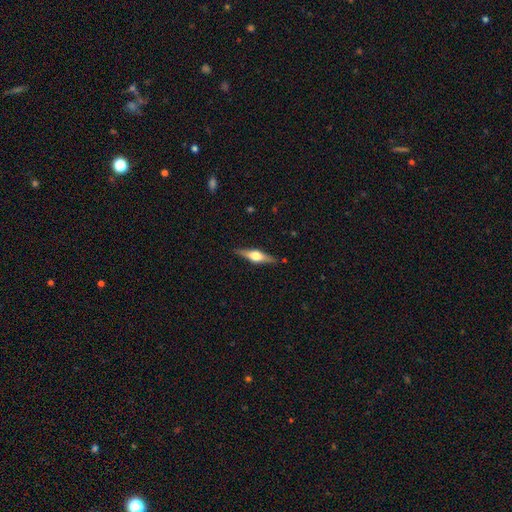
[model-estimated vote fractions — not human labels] Morphology: type=featured or disk (70%); edge-on=yes (97%); edge-on bulge=rounded (93%); merging=none (88%).